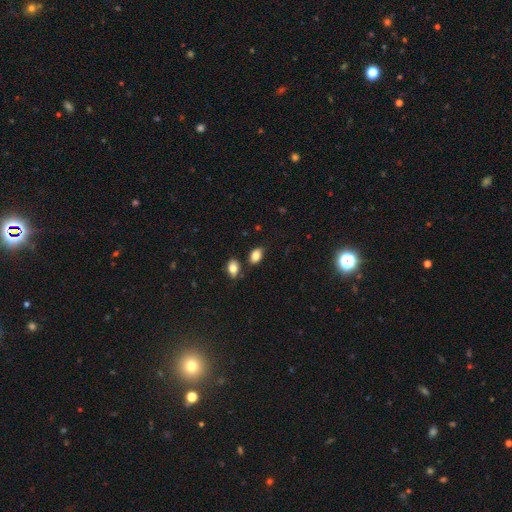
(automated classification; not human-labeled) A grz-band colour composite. It shows a smooth galaxy with no disk features (85%) that is in between round and cigar-shaped (87%). Merging: none (73%).